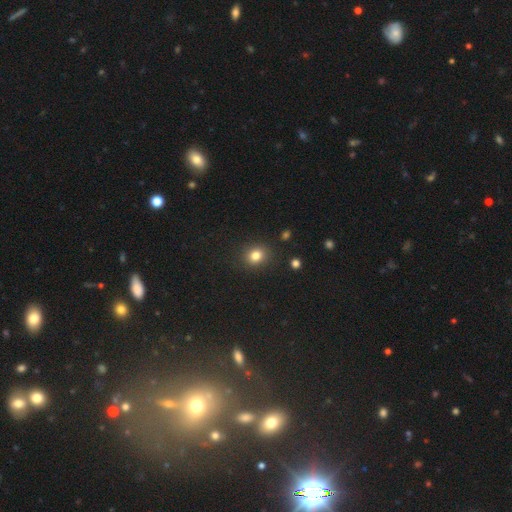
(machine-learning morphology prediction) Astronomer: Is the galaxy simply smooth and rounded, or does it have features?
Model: smooth — 81%.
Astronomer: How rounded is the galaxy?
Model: round — 72%.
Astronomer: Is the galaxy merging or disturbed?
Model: none — 88%.